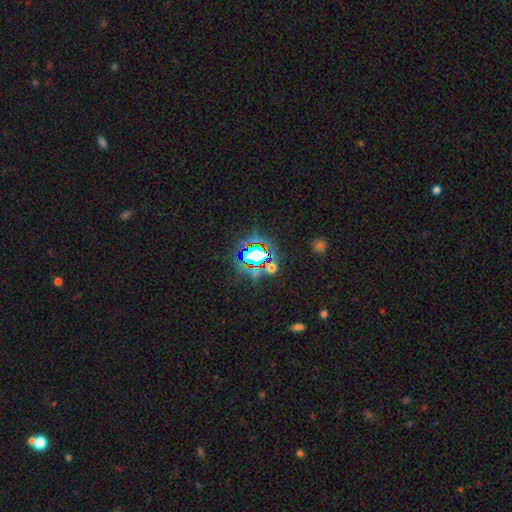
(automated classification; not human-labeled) Smooth or featured?
  - star or artifact: 73% *
  - smooth: 17%
  - featured or disk: 10%